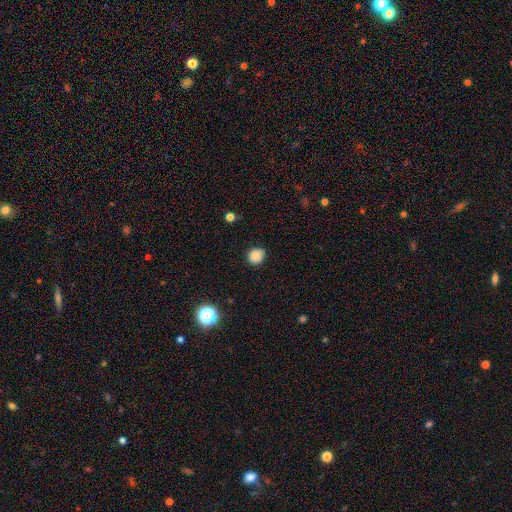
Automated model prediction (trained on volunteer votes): Overall: smooth (84%). How rounded: round (82%). Merging: none (81%).